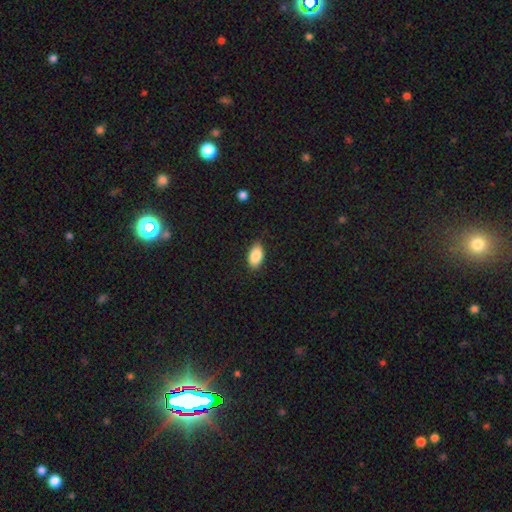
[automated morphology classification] A smooth galaxy with no disk features (88%) that is in between round and cigar-shaped (93%).

Vote fractions:
- Smooth or featured? smooth: 88% / star or artifact: 7% / featured or disk: 5%
- How rounded? in between: 93% / round: 4% / cigar-shaped: 3%
- Merging? none: 85% / minor disturbance: 12% / major disturbance: 2% / merger: 1%